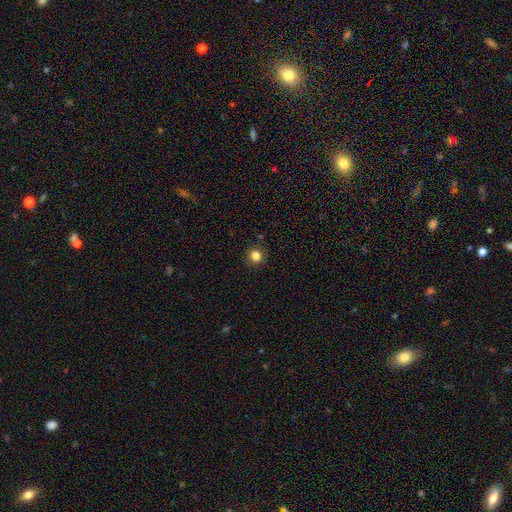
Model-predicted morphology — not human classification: The model was most divided on "how rounded": round: 84%, in between: 15%, cigar-shaped: 1%. More confident: merging — none (88%); smooth or featured — smooth (83%).